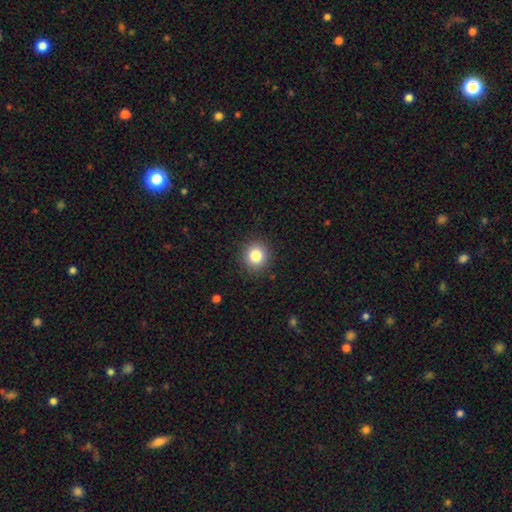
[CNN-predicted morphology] smooth 83%, star or artifact 11%, featured or disk 6%. Down the decision tree: how rounded — round (87%); merging — none (90%).